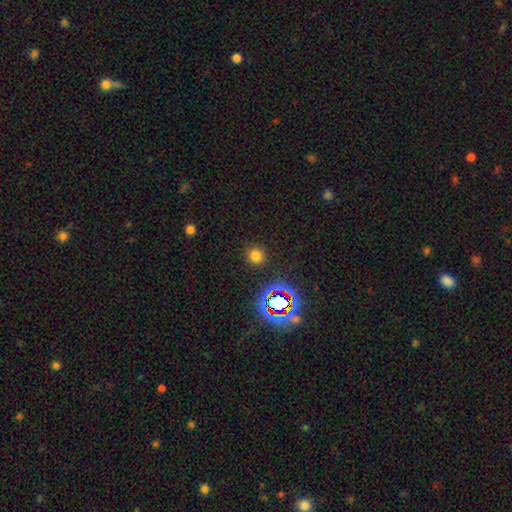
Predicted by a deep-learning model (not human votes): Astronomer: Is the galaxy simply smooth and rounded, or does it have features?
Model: smooth — 73%.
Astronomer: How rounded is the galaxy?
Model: round — 92%.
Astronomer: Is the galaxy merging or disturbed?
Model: none — 90%.